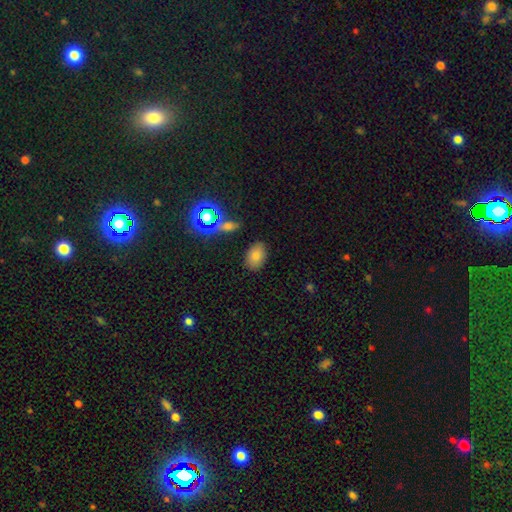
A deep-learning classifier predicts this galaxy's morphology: smooth_or_featured: smooth (p=0.77) [alt: star or artifact p=0.14]
how_rounded: in between (p=0.85) [alt: round p=0.13]
merging: none (p=0.84) [alt: minor disturbance p=0.10]